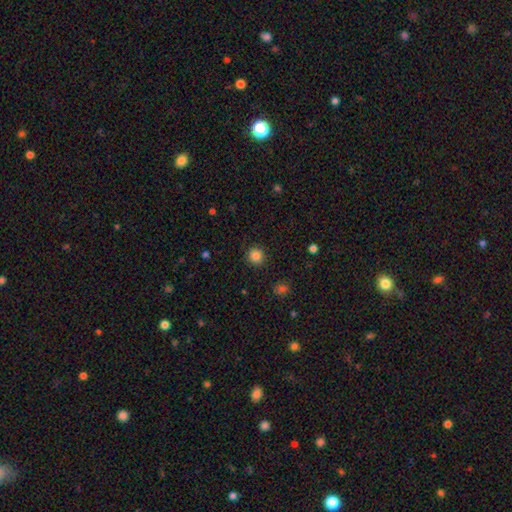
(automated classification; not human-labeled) smooth_or_featured: smooth (p=0.85) [alt: star or artifact p=0.12]
how_rounded: round (p=0.93) [alt: in between p=0.06]
merging: none (p=0.90) [alt: minor disturbance p=0.06]